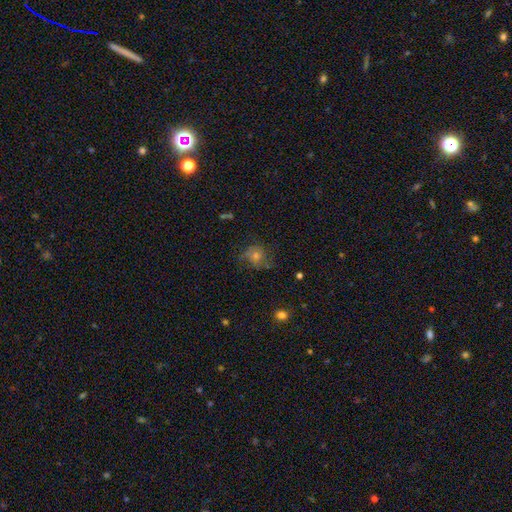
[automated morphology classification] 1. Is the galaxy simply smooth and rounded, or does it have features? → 45% featured or disk, 34% smooth, 21% star or artifact.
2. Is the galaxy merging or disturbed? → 65% none, 19% minor disturbance, 14% major disturbance, 2% merger.